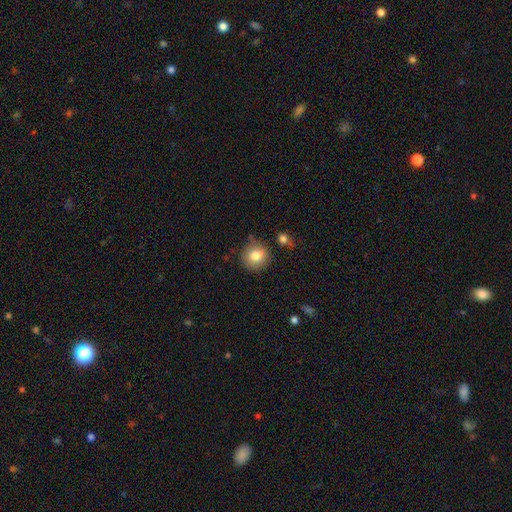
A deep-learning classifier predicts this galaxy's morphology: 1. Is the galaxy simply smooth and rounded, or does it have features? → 81% smooth, 10% star or artifact, 9% featured or disk.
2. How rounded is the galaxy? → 89% round, 10% in between, 1% cigar-shaped.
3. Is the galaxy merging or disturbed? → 81% none, 13% minor disturbance, 4% merger, 3% major disturbance.